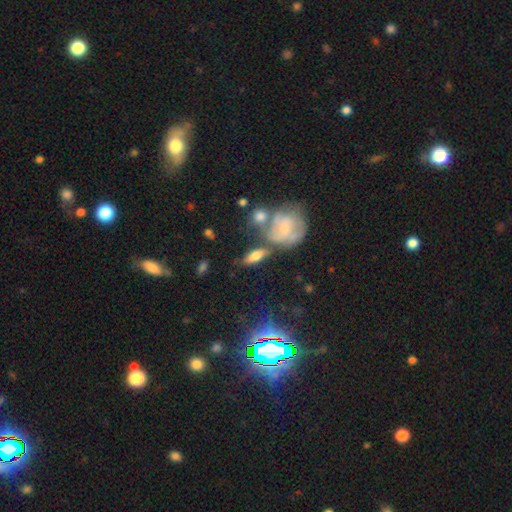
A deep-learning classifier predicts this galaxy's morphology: The model was most divided on "smooth or featured": smooth: 61%, featured or disk: 30%, star or artifact: 9%. More confident: how rounded — in between (70%); merging — none (55%).